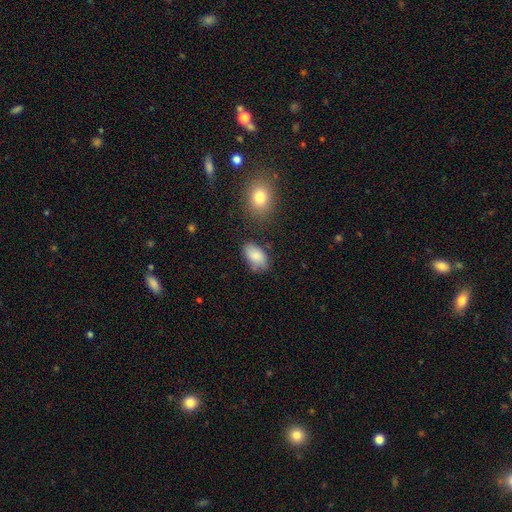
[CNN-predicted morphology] This appears to be a smooth galaxy with no disk features (85%) that is in between round and cigar-shaped (93%). Merging: none (65%).